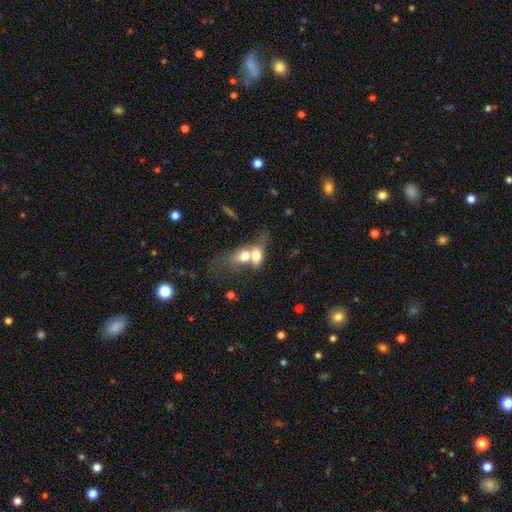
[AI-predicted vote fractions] smooth-or-featured: smooth: 64% | featured or disk: 27% | star or artifact: 8%
  how-rounded: in between: 68% | round: 22% | cigar-shaped: 9%
  merging: merger: 77% | none: 11% | major disturbance: 7% | minor disturbance: 5%